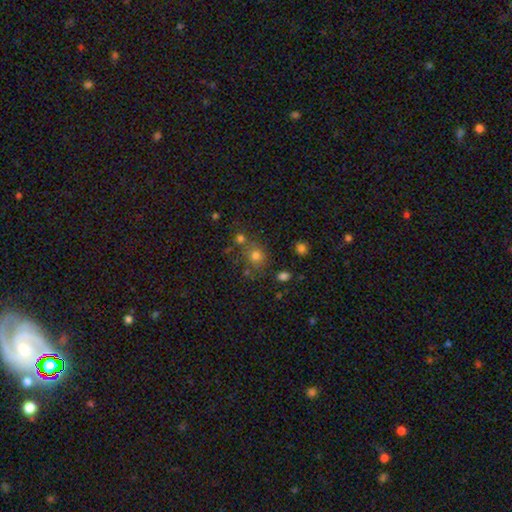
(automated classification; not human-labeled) This is likely a smooth galaxy (74%). How rounded: likely round (78%). Merging: likely none (62%).